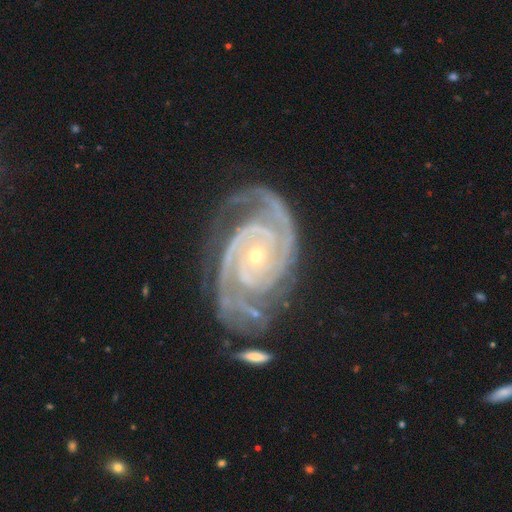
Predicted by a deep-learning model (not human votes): This appears to be a featured or disk galaxy (93%) with no bar (67%), 2 (56%) tight (76%) spiral arms (99%) and a small central bulge (76%). Merging: none (66%).